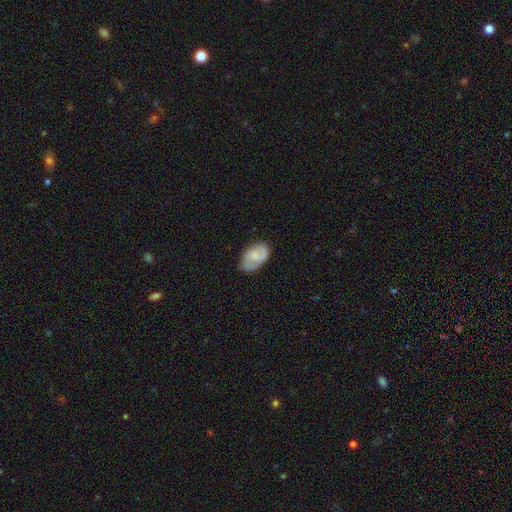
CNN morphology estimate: A smooth galaxy with no disk features (54%) that is in between round and cigar-shaped (90%). Merging: none (64%).